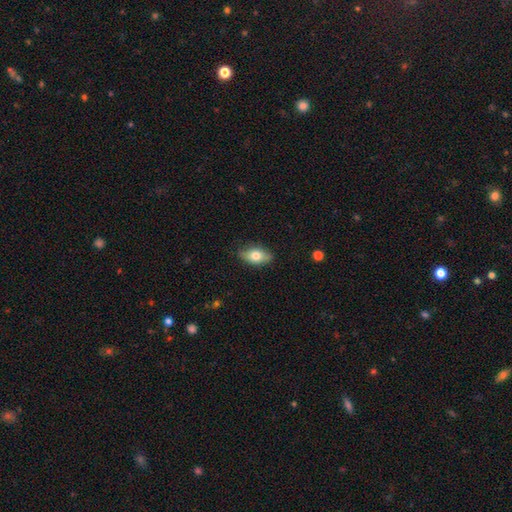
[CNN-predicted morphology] The model was most divided on "smooth or featured": smooth: 72%, featured or disk: 20%, star or artifact: 7%. More confident: how rounded — in between (88%); merging — none (80%).